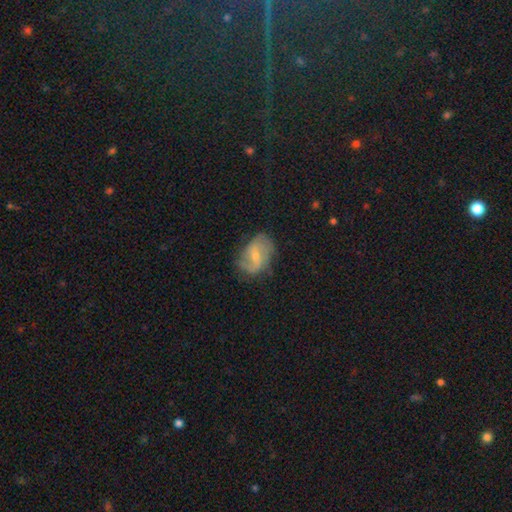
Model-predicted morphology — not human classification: A featured or disk galaxy (68%) with a weak bar (55%), 2 (69%) medium (44%) spiral arms (86%) and a small central bulge (53%). Merging: none (64%).